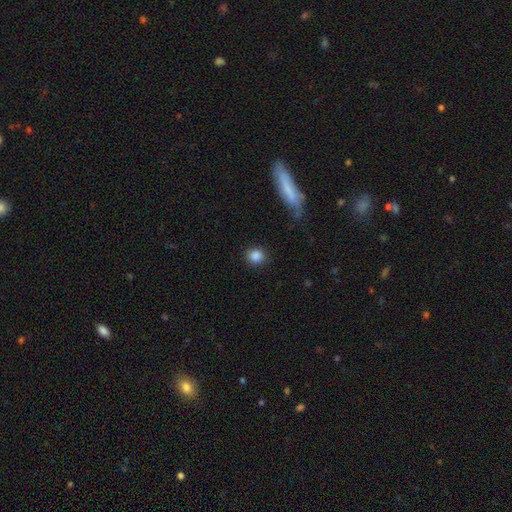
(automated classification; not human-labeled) Smooth or featured: smooth — 87% (star or artifact — 9%)
How rounded: round — 84% (in between — 14%)
Merging: none — 88% (minor disturbance — 8%)